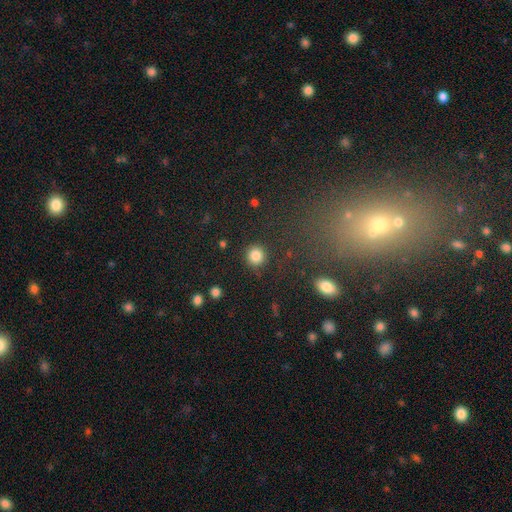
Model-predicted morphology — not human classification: Overall: smooth (85%). How rounded: round (93%). Merging: none (87%).